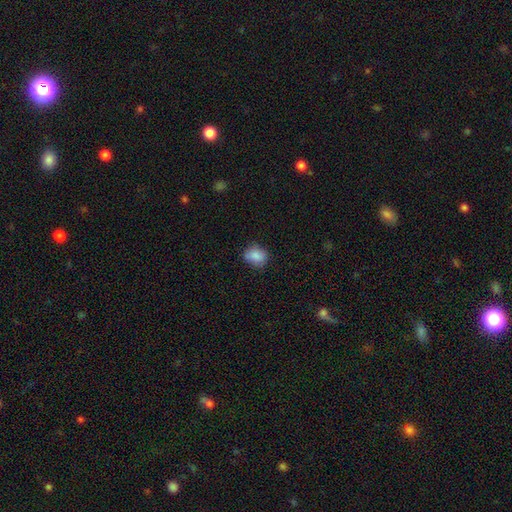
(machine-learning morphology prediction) This appears to be a smooth galaxy with no disk features (84%) that is round (56%). Merging: none (71%).